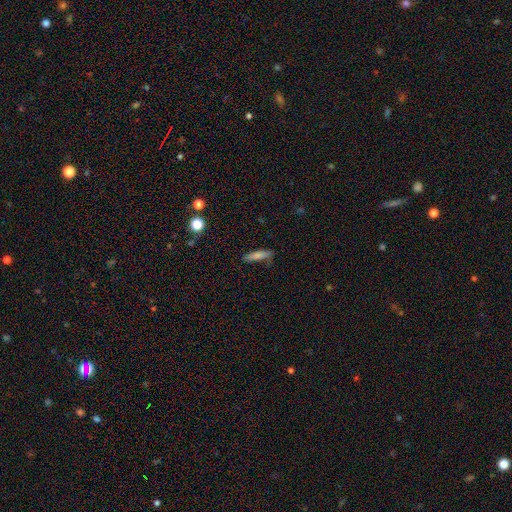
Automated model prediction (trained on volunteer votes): Smooth or featured: smooth — 71% (featured or disk — 19%)
How rounded: cigar-shaped — 81% (in between — 17%)
Merging: none — 80% (minor disturbance — 15%)